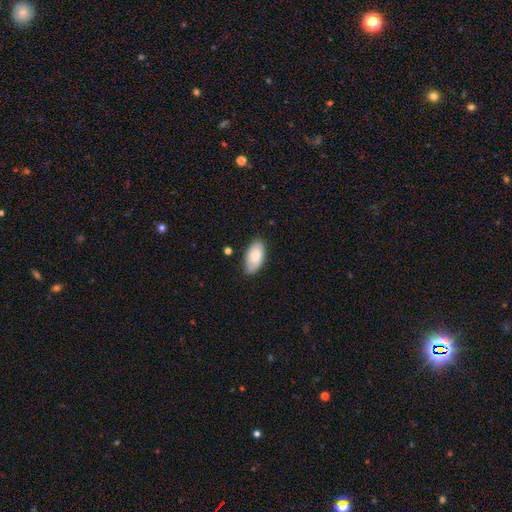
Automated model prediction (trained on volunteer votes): Smooth or featured? smooth (78%)
How rounded? in between (95%)
Merging? none (78%)